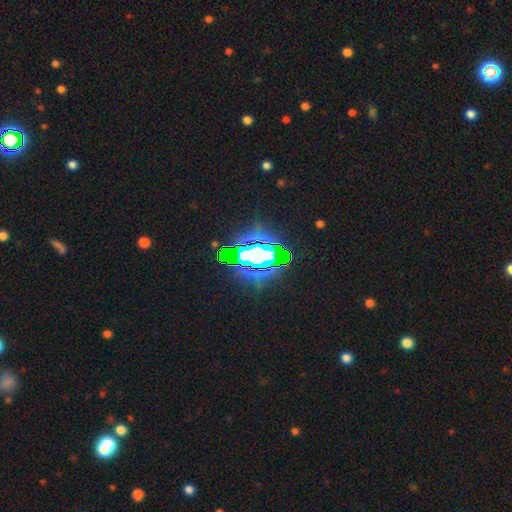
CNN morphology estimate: A star or artifact, not a galaxy (70%).

Vote fractions:
- Smooth or featured? star or artifact: 70% / featured or disk: 17% / smooth: 13%